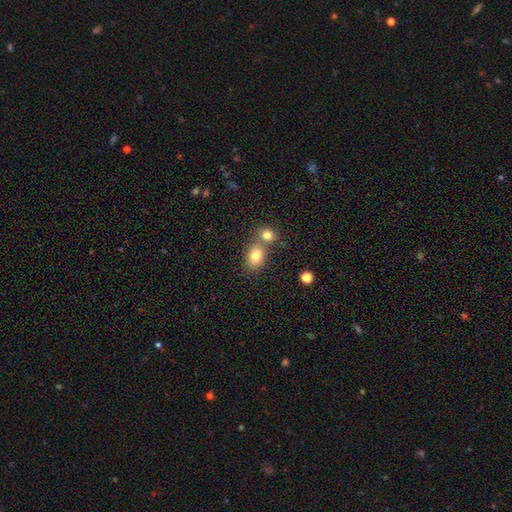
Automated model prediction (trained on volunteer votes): The model was most divided on "merging": none: 50%, merger: 39%, minor disturbance: 9%, major disturbance: 3%. More confident: smooth or featured — smooth (79%); how rounded — in between (62%).